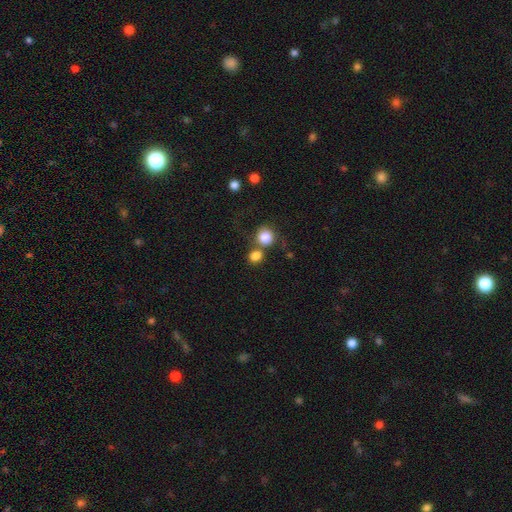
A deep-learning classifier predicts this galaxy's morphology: A smooth galaxy with no disk features (82%) that is round (78%).

Vote fractions:
- Smooth or featured? smooth: 82% / star or artifact: 10% / featured or disk: 7%
- How rounded? round: 78% / in between: 21% / cigar-shaped: 1%
- Merging? none: 49% / merger: 37% / minor disturbance: 9% / major disturbance: 5%